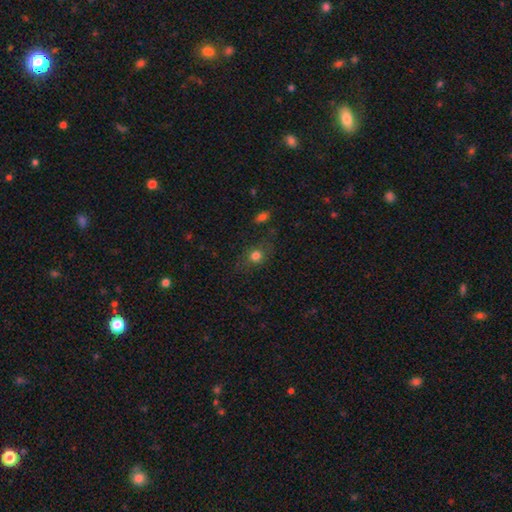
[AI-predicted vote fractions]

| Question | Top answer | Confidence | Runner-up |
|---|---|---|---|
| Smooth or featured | smooth | 75% | star or artifact (15%) |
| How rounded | round | 63% | in between (34%) |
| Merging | none | 73% | minor disturbance (17%) |